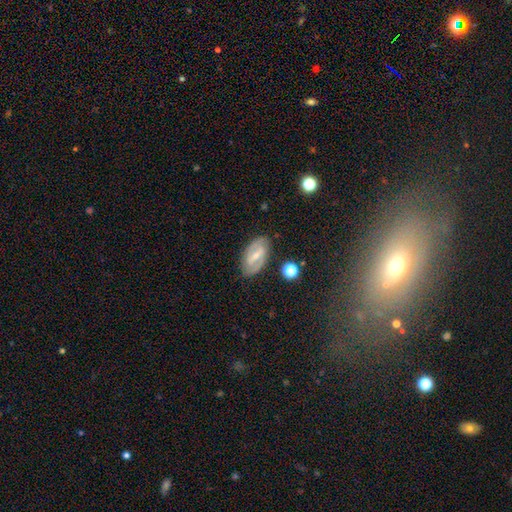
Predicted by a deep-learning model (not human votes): Smooth or featured?
  - featured or disk: 69% *
  - smooth: 24%
  - star or artifact: 7%
Edge-on disk?
  - no: 93% *
  - yes: 7%
Bar?
  - strong: 53% *
  - weak: 37%
  - no: 11%
Spiral arms?
  - yes: 73% *
  - no: 27%
Bulge size?
  - small: 54% *
  - moderate: 37%
  - none: 5%
  - large: 2%
  - dominant: 1%
Merging?
  - none: 83% *
  - minor disturbance: 12%
  - major disturbance: 3%
  - merger: 2%